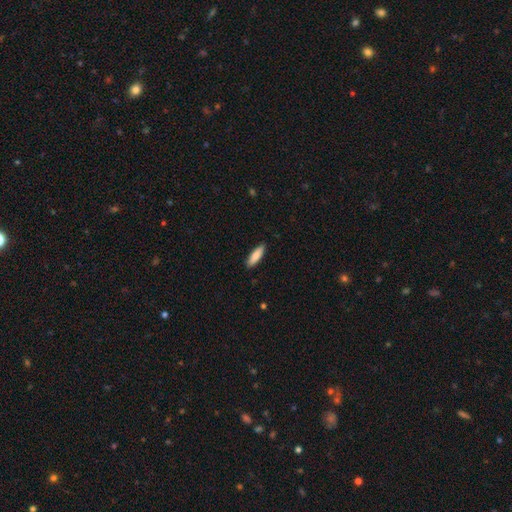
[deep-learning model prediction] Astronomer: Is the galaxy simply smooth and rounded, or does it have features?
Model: smooth — 87%.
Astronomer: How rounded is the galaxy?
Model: cigar-shaped — 57% (runner-up: in between, 41%).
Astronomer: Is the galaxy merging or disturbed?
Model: none — 89%.